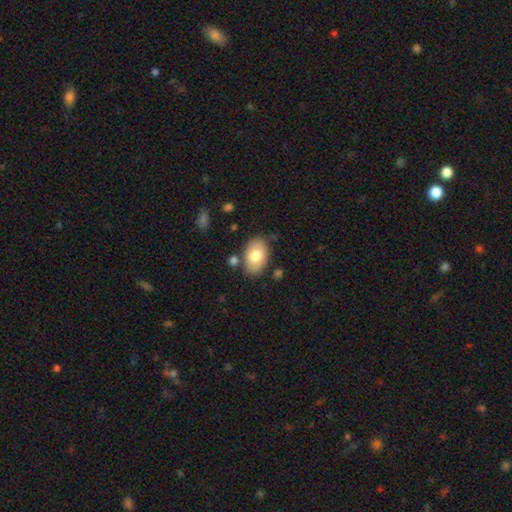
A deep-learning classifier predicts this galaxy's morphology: Smooth or featured?
  - smooth: 75% *
  - featured or disk: 18%
  - star or artifact: 7%
How rounded?
  - in between: 88% *
  - round: 11%
  - cigar-shaped: 1%
Merging?
  - none: 77% *
  - minor disturbance: 14%
  - merger: 5%
  - major disturbance: 3%